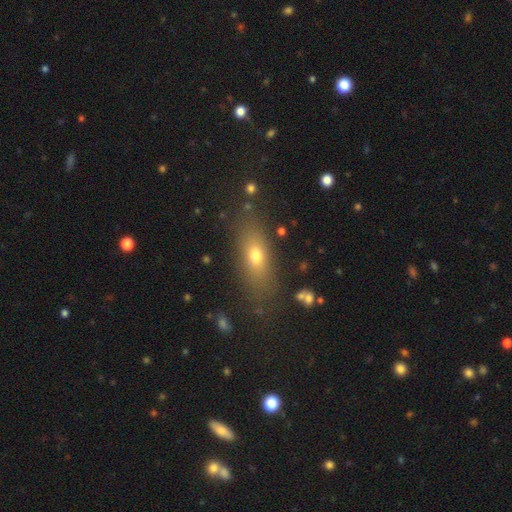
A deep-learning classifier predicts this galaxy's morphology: This appears to be a smooth galaxy with no disk features (66%) that is in between round and cigar-shaped (64%). Merging: none (82%).